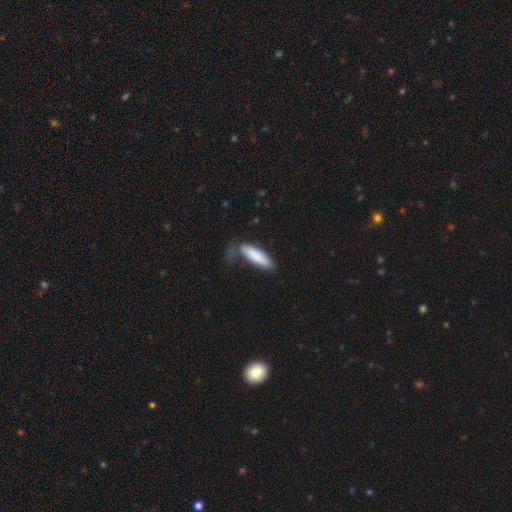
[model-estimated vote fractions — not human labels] smooth 82%, featured or disk 12%, star or artifact 6%. Down the decision tree: how rounded — cigar-shaped (59%); merging — none (48%).